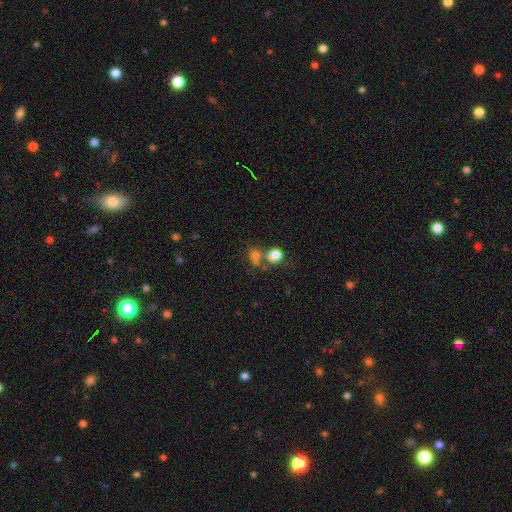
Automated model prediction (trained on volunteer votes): Smooth or featured? smooth (73%)
How rounded? round (68%)
Merging? none (45%)